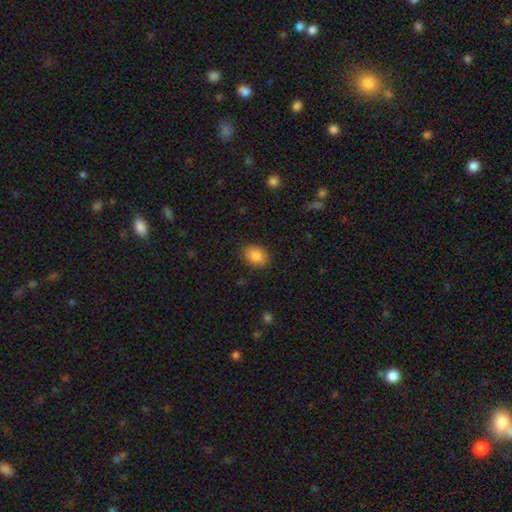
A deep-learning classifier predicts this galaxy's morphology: Smooth or featured? Predicted: smooth (p=0.86). How rounded? Predicted: in between (p=0.75). Merging? Predicted: none (p=0.86).